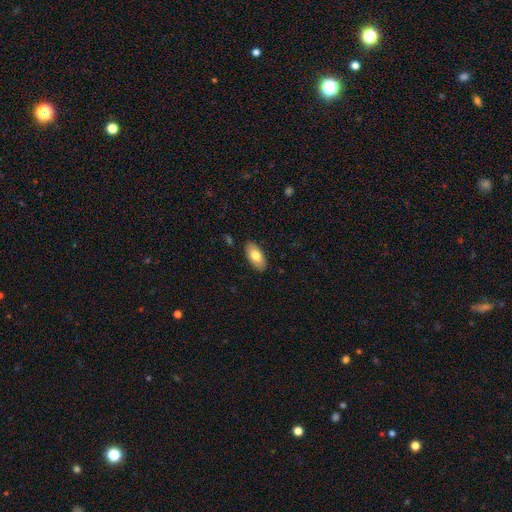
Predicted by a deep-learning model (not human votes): Morphology: type=smooth (77%); roundness=in between (94%); merging=none (88%).